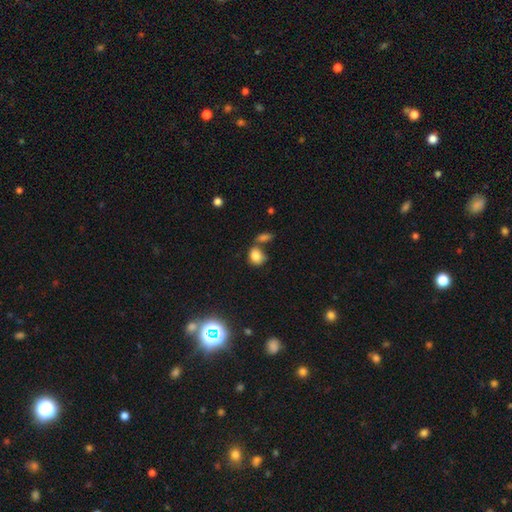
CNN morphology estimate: Smooth or featured: smooth — 81% (star or artifact — 11%)
How rounded: in between — 52% (round — 46%)
Merging: none — 49% (merger — 28%)